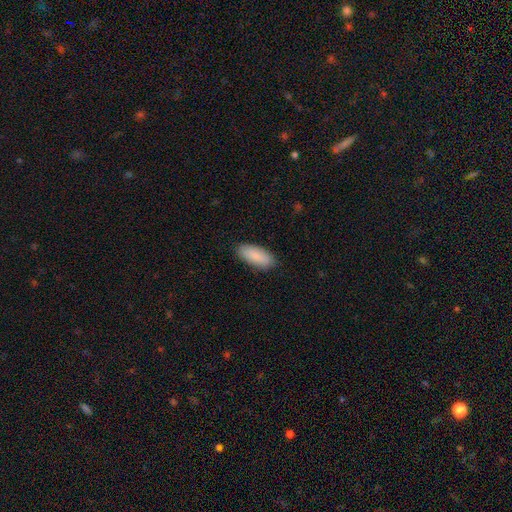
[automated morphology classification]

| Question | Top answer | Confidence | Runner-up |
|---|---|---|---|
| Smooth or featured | smooth | 87% | featured or disk (7%) |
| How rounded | in between | 84% | cigar-shaped (14%) |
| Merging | none | 87% | minor disturbance (10%) |